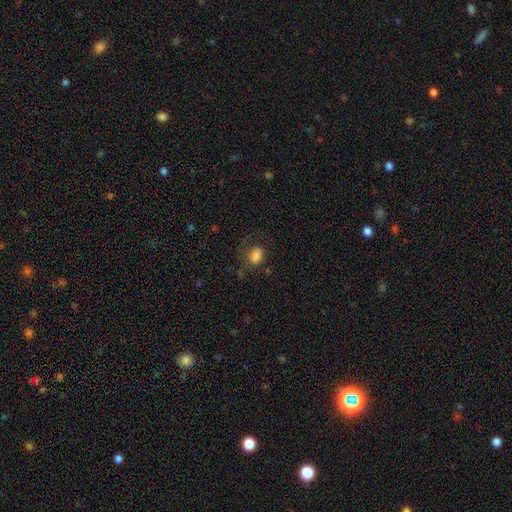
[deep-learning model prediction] The model was most divided on "merging": none: 61%, minor disturbance: 21%, major disturbance: 15%, merger: 3%. More confident: smooth or featured — smooth (81%); how rounded — in between (75%).